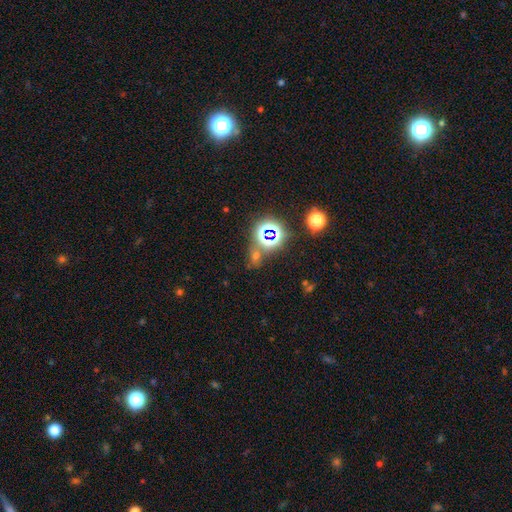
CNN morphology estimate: Smooth or featured? Predicted: star or artifact (p=0.60).